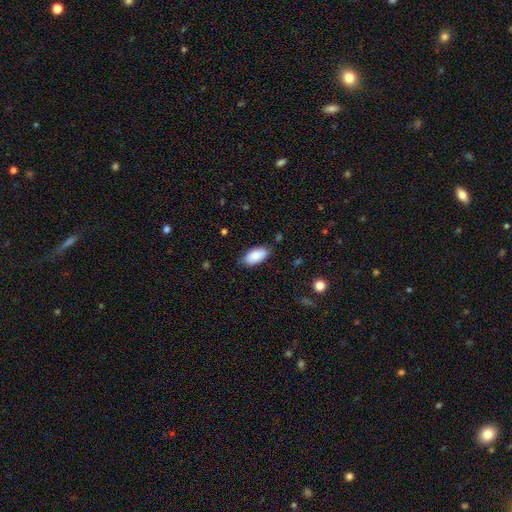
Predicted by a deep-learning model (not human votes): smooth_or_featured: smooth (p=0.88) [alt: star or artifact p=0.06]
how_rounded: in between (p=0.93) [alt: cigar-shaped p=0.05]
merging: none (p=0.80) [alt: minor disturbance p=0.16]